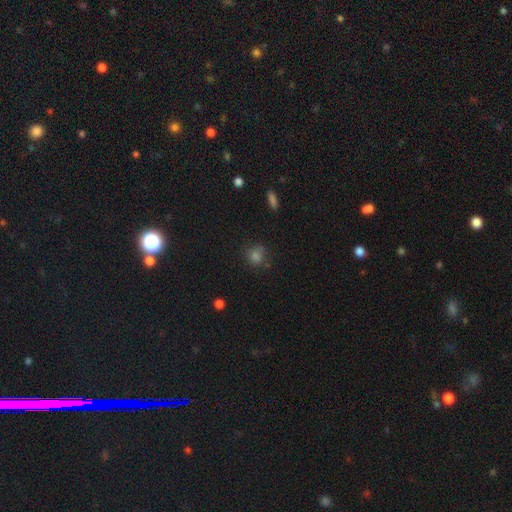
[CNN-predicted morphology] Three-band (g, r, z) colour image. It shows a smooth galaxy with no disk features (77%) that is round (83%). Merging: none (75%).